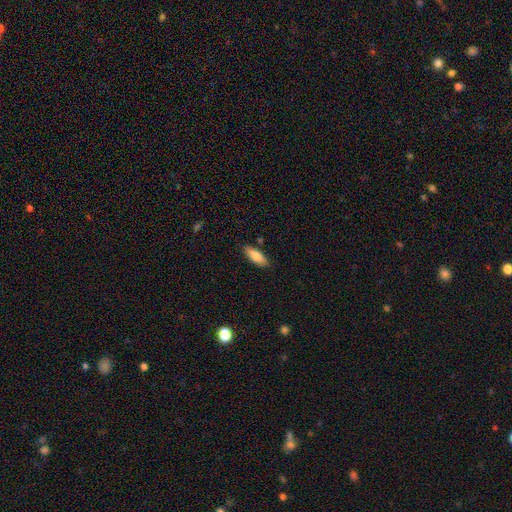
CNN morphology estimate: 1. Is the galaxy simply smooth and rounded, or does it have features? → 82% smooth, 12% featured or disk, 6% star or artifact.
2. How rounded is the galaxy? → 70% in between, 28% cigar-shaped, 2% round.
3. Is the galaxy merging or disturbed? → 85% none, 11% minor disturbance, 2% major disturbance, 2% merger.